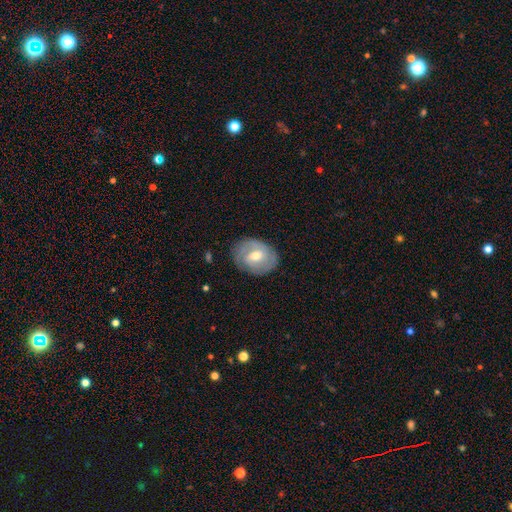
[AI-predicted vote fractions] smooth_or_featured: featured or disk (p=0.64) [alt: smooth p=0.30]
disk_edge_on: no (p=0.96) [alt: yes p=0.04]
bar: weak (p=0.47) [alt: no p=0.40]
has_spiral_arms: yes (p=0.81) [alt: no p=0.19]
bulge_size: moderate (p=0.63) [alt: small p=0.31]
merging: none (p=0.78) [alt: minor disturbance p=0.15]